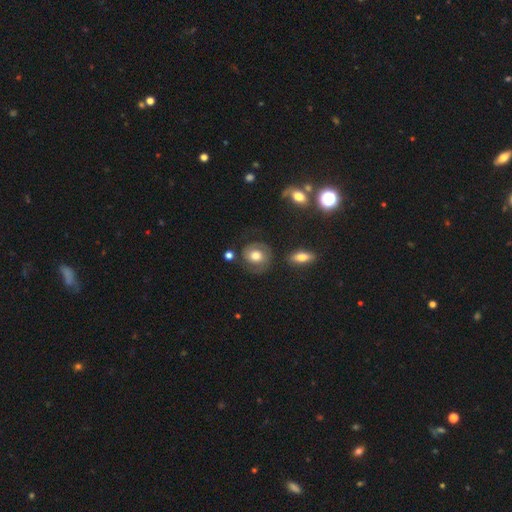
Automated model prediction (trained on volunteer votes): Smooth or featured?
  - featured or disk: 49% *
  - smooth: 44%
  - star or artifact: 8%
Merging?
  - none: 70% *
  - minor disturbance: 17%
  - major disturbance: 9%
  - merger: 4%